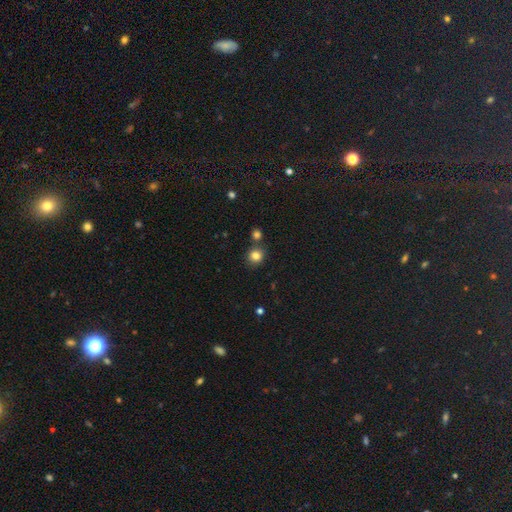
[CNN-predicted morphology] type=smooth (82%); roundness=round (85%); merging=none (75%).